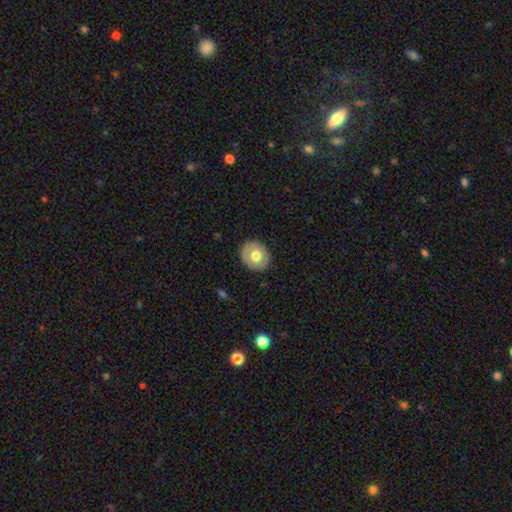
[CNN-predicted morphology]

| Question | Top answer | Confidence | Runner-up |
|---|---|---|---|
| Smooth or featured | smooth | 66% | featured or disk (27%) |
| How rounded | round | 74% | in between (25%) |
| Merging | none | 88% | minor disturbance (9%) |